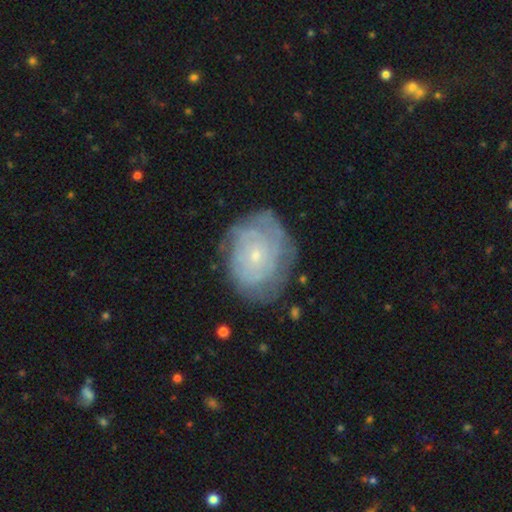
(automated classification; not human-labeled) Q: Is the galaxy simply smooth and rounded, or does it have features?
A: featured or disk — 69%.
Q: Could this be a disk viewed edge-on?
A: no — 97%.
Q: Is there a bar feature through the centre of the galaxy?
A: no — 84%.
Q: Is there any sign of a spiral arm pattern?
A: yes — 79%.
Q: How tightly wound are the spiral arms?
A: tight — 75%.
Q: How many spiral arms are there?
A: can't tell — 59%.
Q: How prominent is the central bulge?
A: small — 82%.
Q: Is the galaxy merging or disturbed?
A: none — 69%.